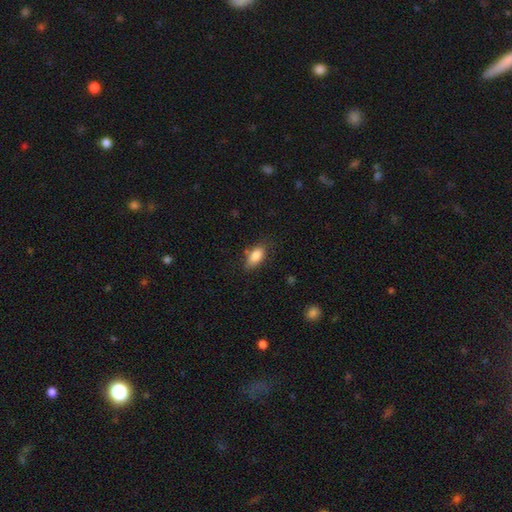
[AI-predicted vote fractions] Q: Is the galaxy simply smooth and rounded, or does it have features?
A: smooth — 83%.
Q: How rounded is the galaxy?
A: in between — 88%.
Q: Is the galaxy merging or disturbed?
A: none — 74%.